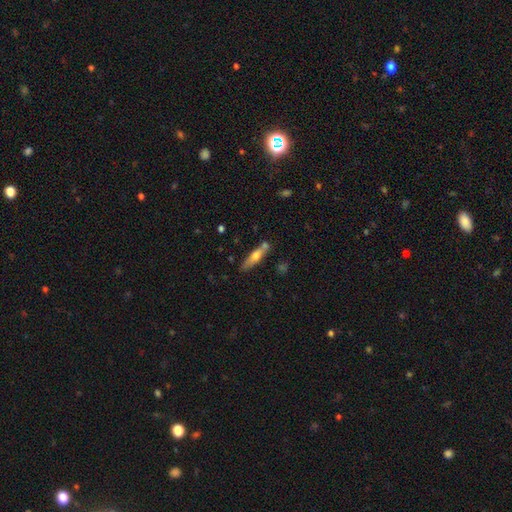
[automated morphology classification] This is possibly a smooth galaxy (52%). How rounded: likely cigar-shaped (75%). Merging: likely none (70%).